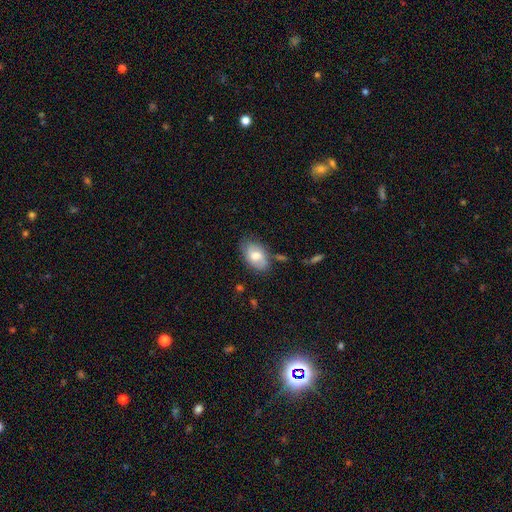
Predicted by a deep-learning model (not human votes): smooth_or_featured: smooth (p=0.63) [alt: featured or disk p=0.30]
how_rounded: in between (p=0.90) [alt: round p=0.09]
merging: none (p=0.71) [alt: minor disturbance p=0.21]